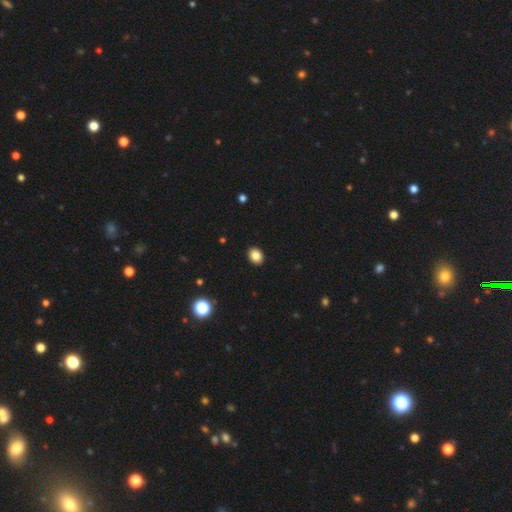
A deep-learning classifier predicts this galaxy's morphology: The model was most divided on "how rounded": in between: 57%, round: 43%, cigar-shaped: 1%. More confident: merging — none (91%); smooth or featured — smooth (85%).